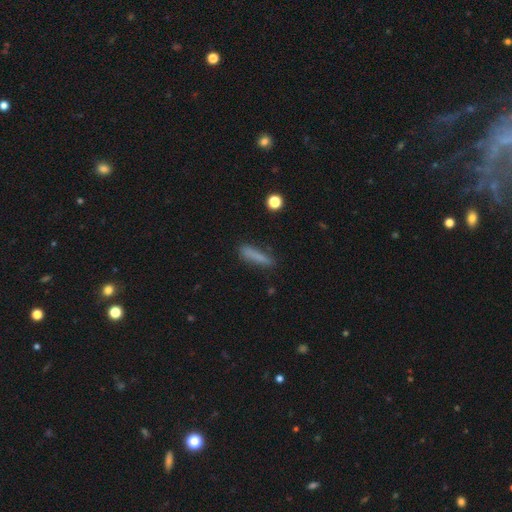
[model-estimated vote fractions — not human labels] Morphology: type=smooth (79%); roundness=cigar-shaped (85%); merging=none (78%).